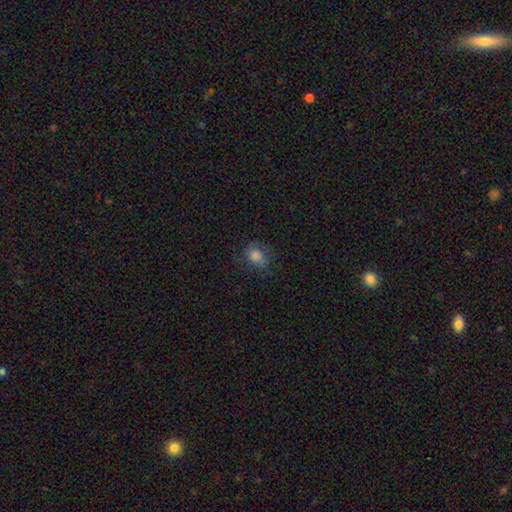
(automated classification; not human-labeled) Morphology: type=smooth (76%); roundness=in between (50%); merging=none (69%).